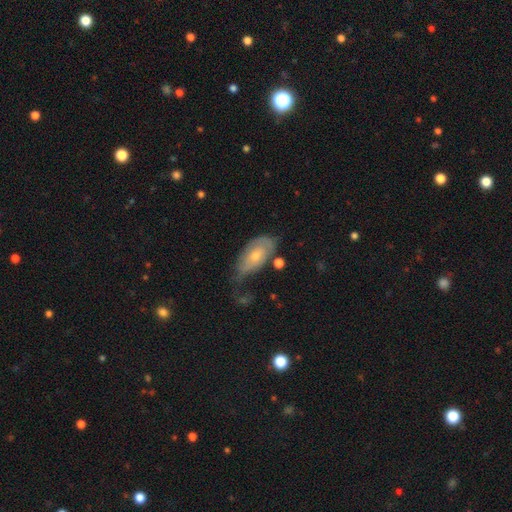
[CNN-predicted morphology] Smooth or featured? Predicted: smooth (p=0.51). How rounded? Predicted: in between (p=0.90). Merging? Predicted: none (p=0.38).